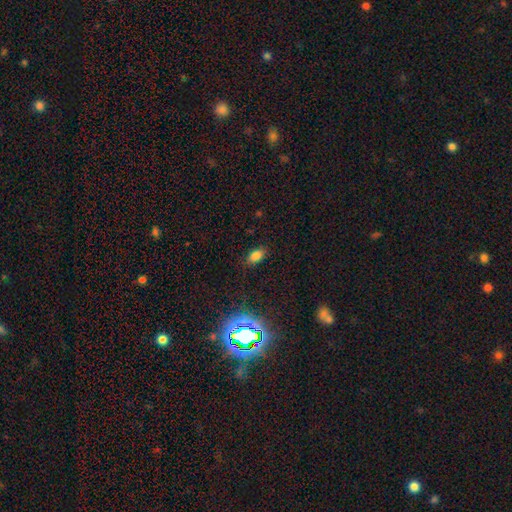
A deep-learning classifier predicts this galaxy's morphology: A smooth galaxy with no disk features (75%) that is in between round and cigar-shaped (88%).

Vote fractions:
- Smooth or featured? smooth: 75% / star or artifact: 19% / featured or disk: 6%
- How rounded? in between: 88% / round: 8% / cigar-shaped: 4%
- Merging? none: 84% / minor disturbance: 12% / major disturbance: 4% / merger: 1%